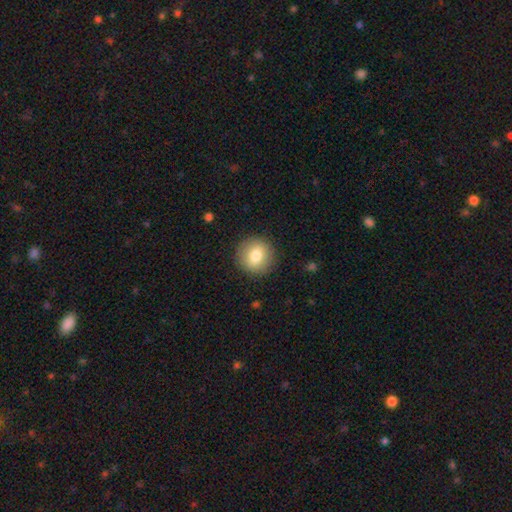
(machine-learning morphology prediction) A smooth galaxy with no disk features (79%) that is round (92%). Merging: none (90%).